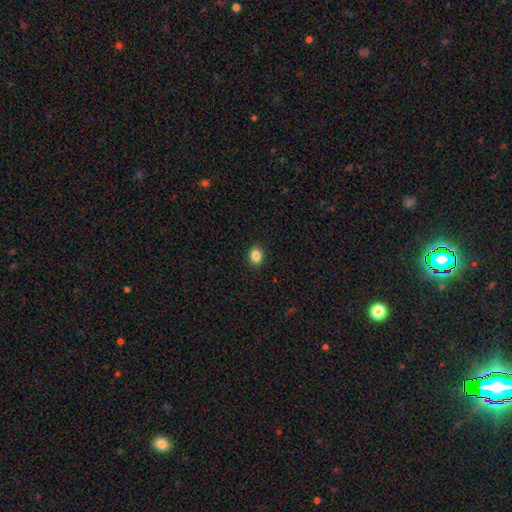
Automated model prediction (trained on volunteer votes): smooth 87%, star or artifact 10%, featured or disk 4%. Down the decision tree: how rounded — in between (59%); merging — none (91%).